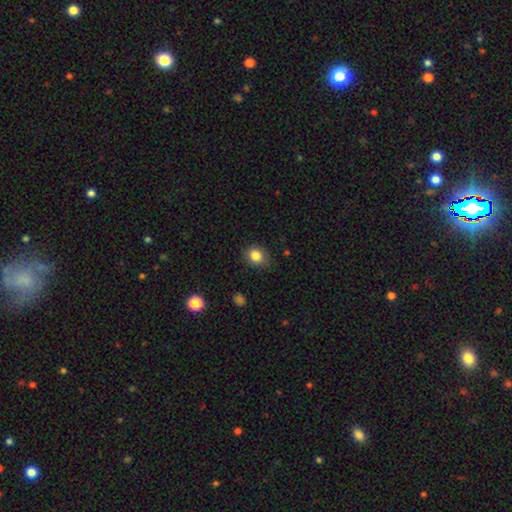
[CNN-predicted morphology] type=smooth (84%); roundness=round (63%); merging=none (80%).